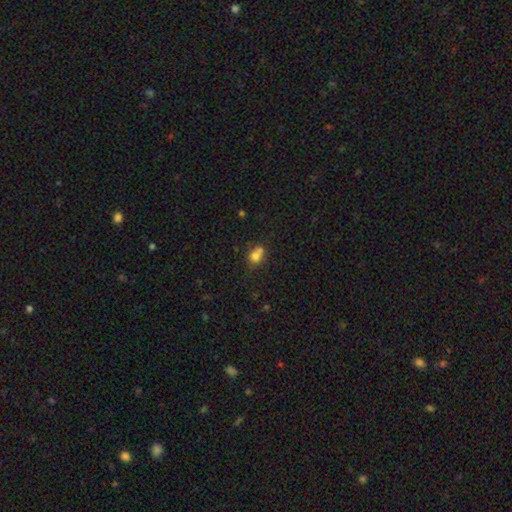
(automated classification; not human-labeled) This appears to be a smooth galaxy with no disk features (75%) that is round (60%). Merging: none (39%, tied with merger).